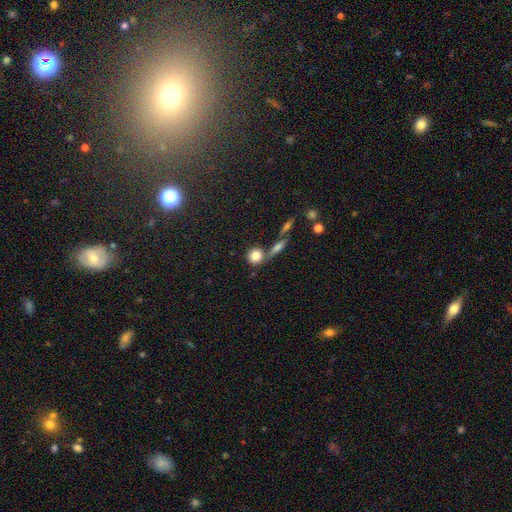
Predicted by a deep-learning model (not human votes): This appears to be a smooth galaxy with no disk features (80%) that is round (86%). Merging: none (62%).